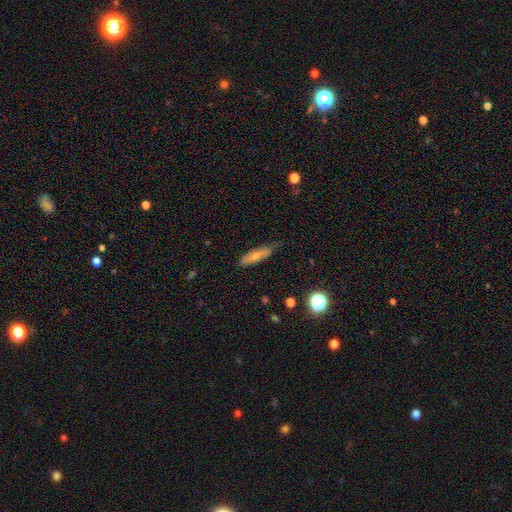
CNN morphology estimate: Q: Smooth or featured?
A: smooth (63%); runner-up: featured or disk (30%)
Q: How rounded?
A: cigar-shaped (60%); runner-up: in between (37%)
Q: Merging?
A: none (70%); runner-up: minor disturbance (24%)